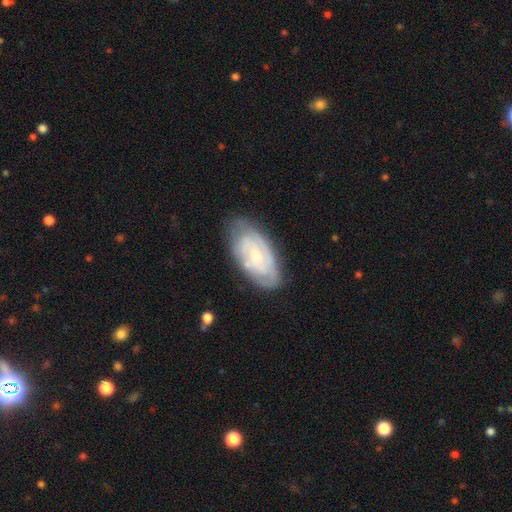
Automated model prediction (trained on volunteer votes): featured or disk 62%, smooth 31%, star or artifact 7%. Down the decision tree: edge-on disk — no (94%); bar — no (64%); spiral arms — yes (74%); bulge size — small (59%); merging — none (69%).